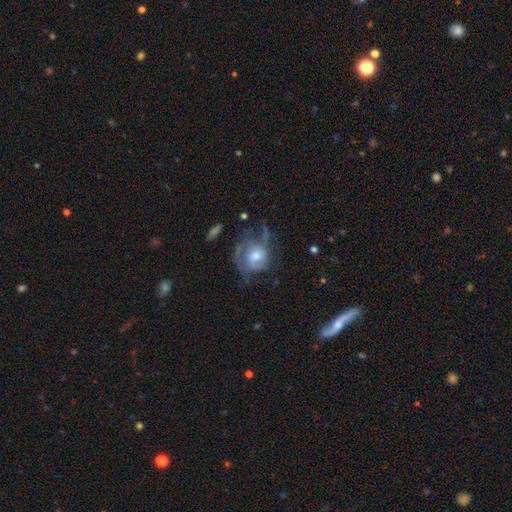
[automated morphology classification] Overall: featured or disk (67%). Edge-on disk: no (97%). Bar: no (74%). Spiral arms: yes (80%). Spiral arm count: can't tell (37%; 2 25%). Spiral winding: tight (42%; medium 38%). Bulge size: moderate (60%). Merging: none (48%; major disturbance 27%).